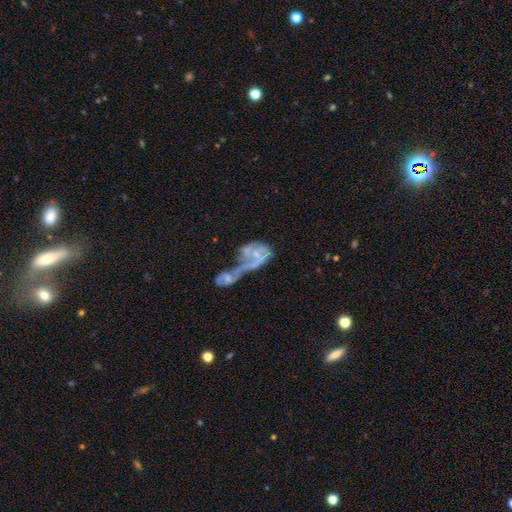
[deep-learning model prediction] featured or disk 65%, smooth 26%, star or artifact 9%. Down the decision tree: edge-on disk — no (97%); bar — no (67%); spiral arms — yes (61%); bulge size — small (44%); merging — merger (75%).